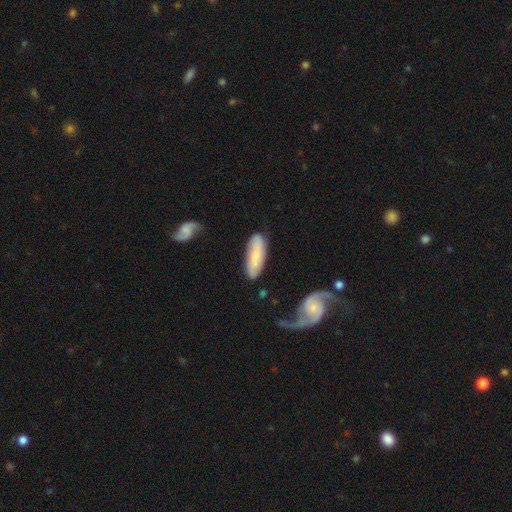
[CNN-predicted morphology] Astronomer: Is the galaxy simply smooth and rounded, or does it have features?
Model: smooth — 59% (runner-up: featured or disk, 35%).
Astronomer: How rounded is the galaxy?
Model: in between — 54% (runner-up: cigar-shaped, 44%).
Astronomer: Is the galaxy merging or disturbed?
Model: none — 71%.